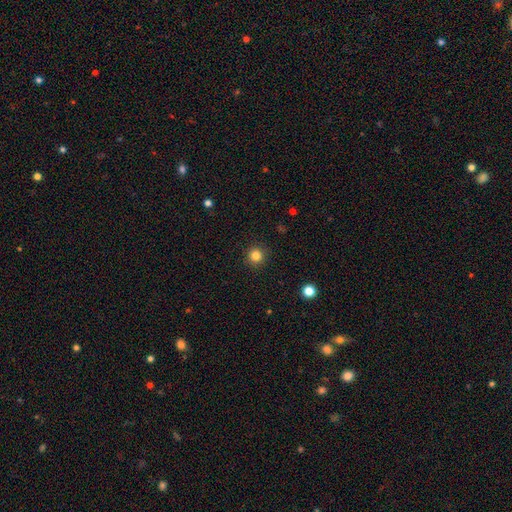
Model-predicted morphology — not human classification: smooth_or_featured: smooth (p=0.83) [alt: star or artifact p=0.12]
how_rounded: round (p=0.95) [alt: in between p=0.04]
merging: none (p=0.92) [alt: minor disturbance p=0.05]